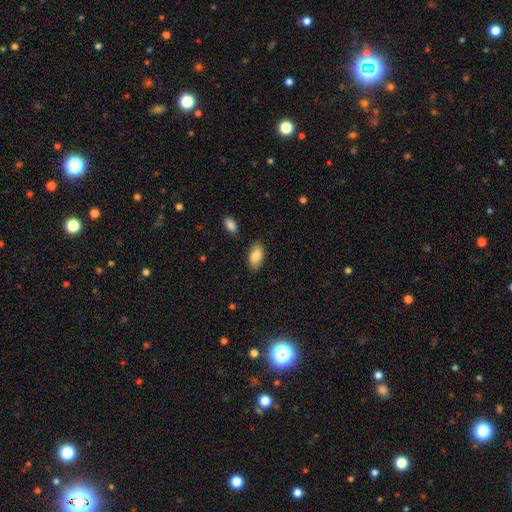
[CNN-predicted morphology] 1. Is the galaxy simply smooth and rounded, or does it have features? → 84% smooth, 10% featured or disk, 7% star or artifact.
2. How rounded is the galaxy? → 93% in between, 4% cigar-shaped, 3% round.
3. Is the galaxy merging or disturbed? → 84% none, 11% minor disturbance, 2% major disturbance, 2% merger.